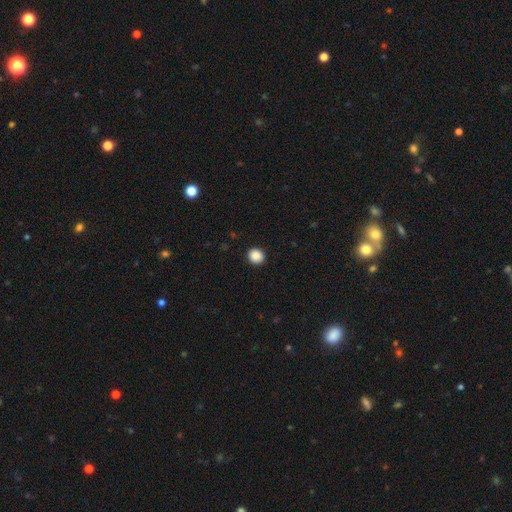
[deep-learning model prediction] This is clearly a smooth galaxy (88%). How rounded: clearly round (88%). Merging: clearly none (92%).